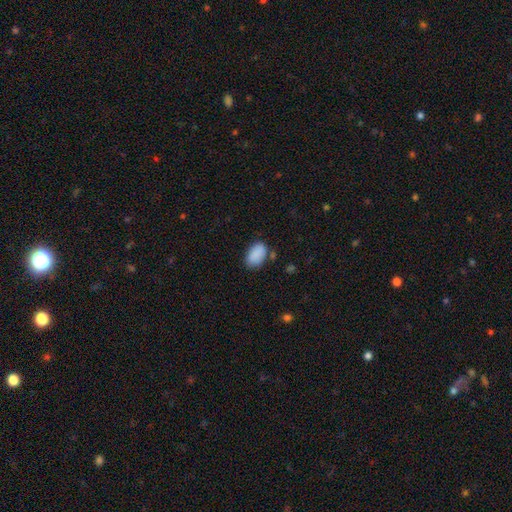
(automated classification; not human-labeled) Smooth or featured: smooth — 89% (star or artifact — 7%)
How rounded: in between — 92% (round — 7%)
Merging: none — 75% (minor disturbance — 17%)